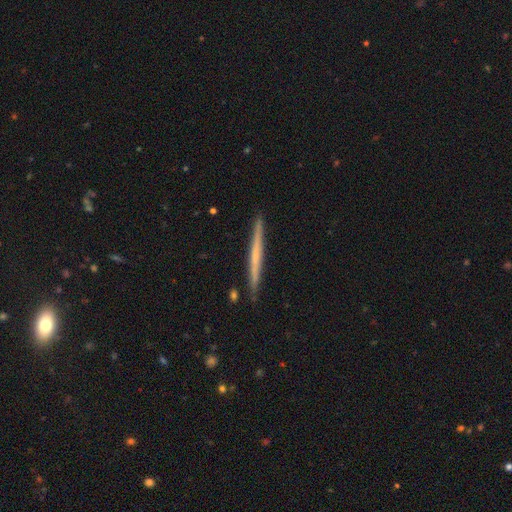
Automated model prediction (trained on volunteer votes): Smooth or featured: featured or disk — 54% (smooth — 41%)
Edge-on disk: yes — 98% (no — 2%)
Edge-on bulge: none — 81% (rounded — 14%)
Merging: none — 91% (minor disturbance — 6%)